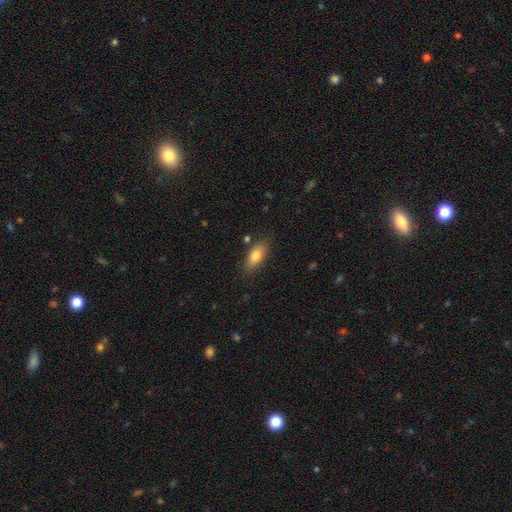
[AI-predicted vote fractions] The model was most divided on "merging": none: 80%, minor disturbance: 14%, merger: 3%, major disturbance: 3%. More confident: how rounded — in between (85%); smooth or featured — smooth (80%).